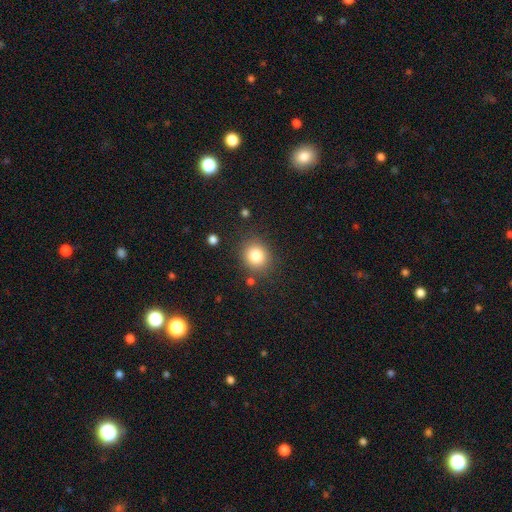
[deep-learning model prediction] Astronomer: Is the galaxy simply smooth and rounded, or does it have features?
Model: smooth — 81%.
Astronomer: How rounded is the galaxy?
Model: round — 77%.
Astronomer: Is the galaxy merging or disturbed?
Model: none — 84%.